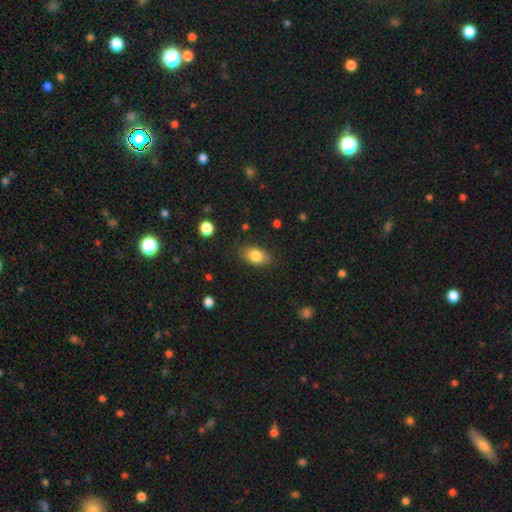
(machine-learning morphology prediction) Q: Smooth or featured?
A: smooth (83%); runner-up: featured or disk (10%)
Q: How rounded?
A: in between (88%); runner-up: round (10%)
Q: Merging?
A: none (83%); runner-up: minor disturbance (13%)